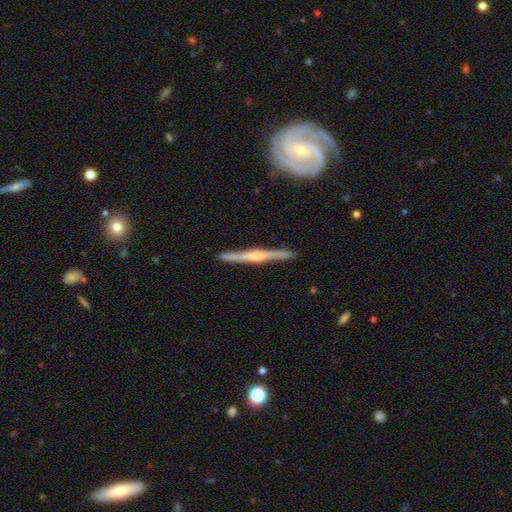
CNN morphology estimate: Smooth or featured?
  - featured or disk: 83% *
  - smooth: 13%
  - star or artifact: 4%
Edge-on disk?
  - yes: 97% *
  - no: 3%
Edge-on bulge?
  - rounded: 74% *
  - boxy: 14%
  - none: 13%
Merging?
  - none: 90% *
  - minor disturbance: 8%
  - major disturbance: 2%
  - merger: 1%